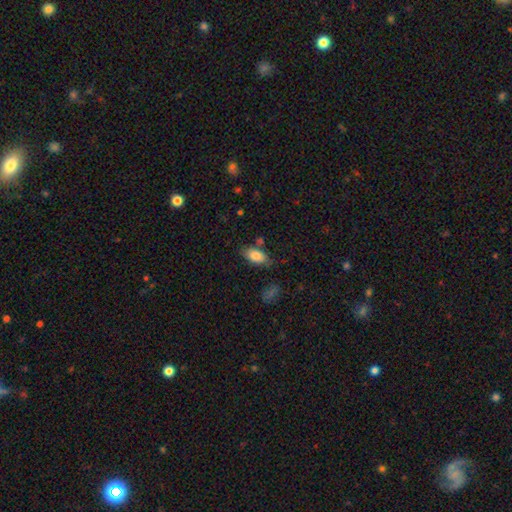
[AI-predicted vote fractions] Smooth or featured: smooth — 83% (featured or disk — 10%)
How rounded: in between — 90% (cigar-shaped — 6%)
Merging: none — 69% (minor disturbance — 18%)